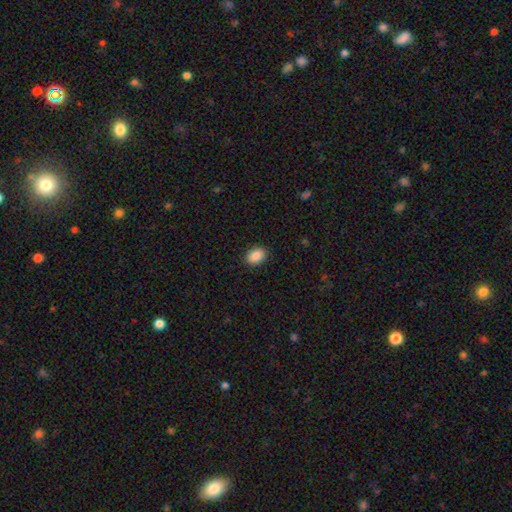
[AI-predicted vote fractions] Q: Smooth or featured?
A: smooth (89%); runner-up: star or artifact (8%)
Q: How rounded?
A: in between (78%); runner-up: round (21%)
Q: Merging?
A: none (90%); runner-up: minor disturbance (7%)